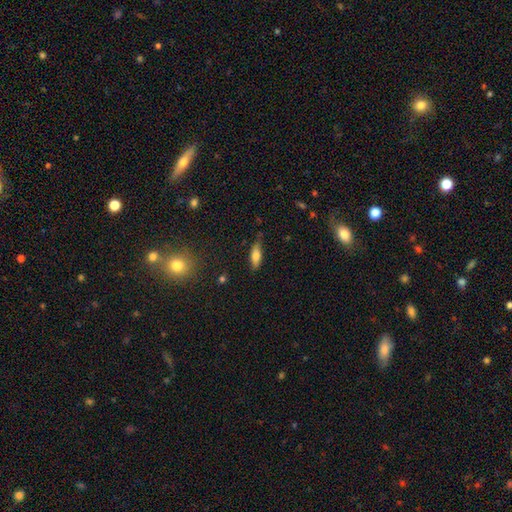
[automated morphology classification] Q: Smooth or featured?
A: smooth (71%); runner-up: featured or disk (21%)
Q: How rounded?
A: in between (61%); runner-up: cigar-shaped (36%)
Q: Merging?
A: none (78%); runner-up: minor disturbance (17%)